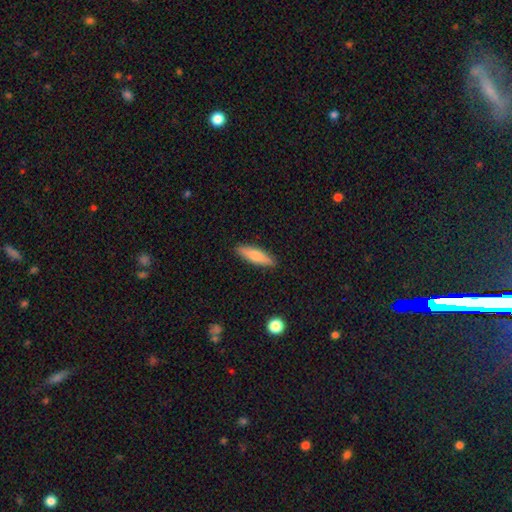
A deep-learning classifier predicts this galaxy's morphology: Overall: smooth (78%). How rounded: cigar-shaped (68%; in between 30%). Merging: none (89%).